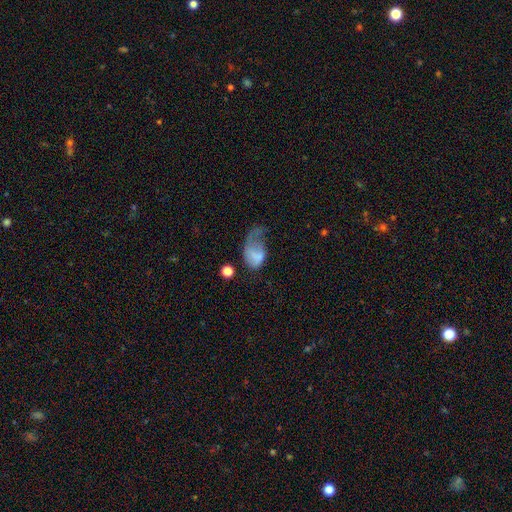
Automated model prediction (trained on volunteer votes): This appears to be a smooth galaxy with no disk features (60%) that is in between round and cigar-shaped (82%). Merging: major disturbance (61%).